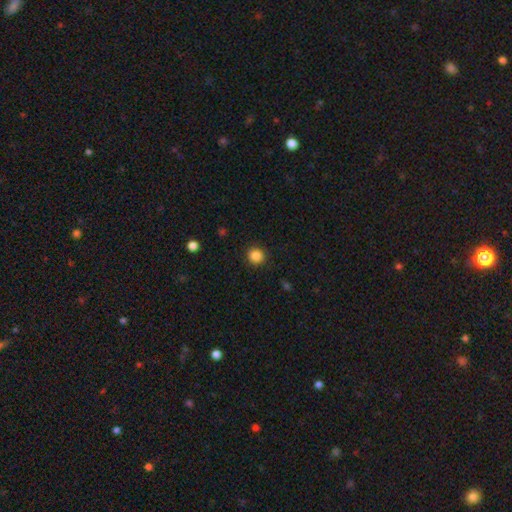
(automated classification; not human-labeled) The model was most divided on "smooth or featured": smooth: 86%, star or artifact: 10%, featured or disk: 4%. More confident: how rounded — round (92%); merging — none (91%).